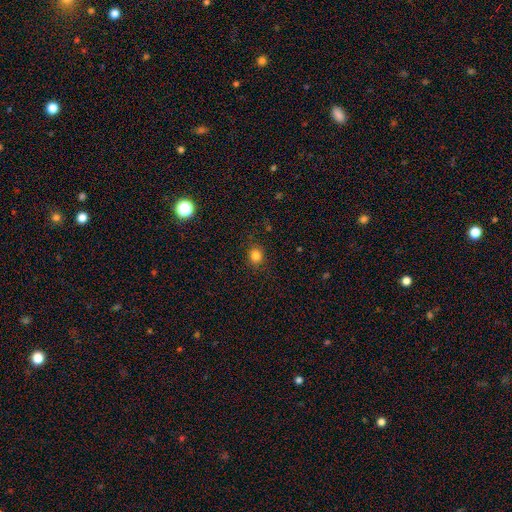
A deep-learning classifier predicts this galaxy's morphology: Smooth or featured: smooth — 82% (star or artifact — 13%)
How rounded: round — 77% (in between — 22%)
Merging: none — 87% (minor disturbance — 9%)